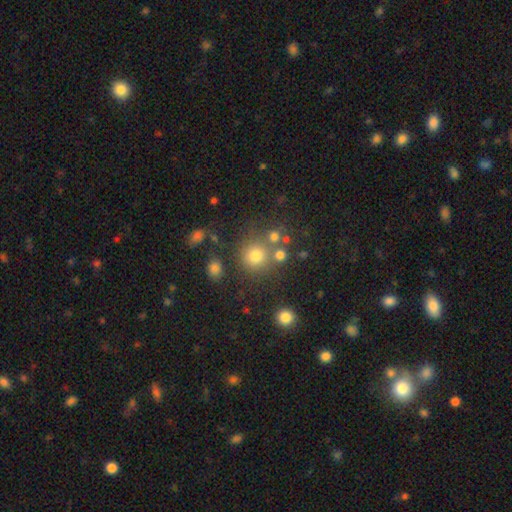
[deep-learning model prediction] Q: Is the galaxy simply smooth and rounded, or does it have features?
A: smooth — 73%.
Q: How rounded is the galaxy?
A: round — 90%.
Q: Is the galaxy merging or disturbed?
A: none — 72%.